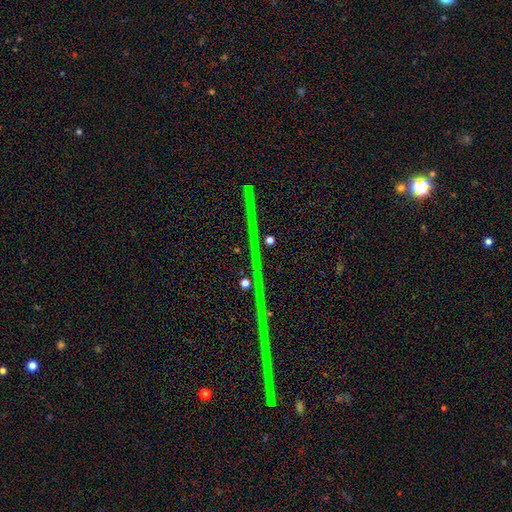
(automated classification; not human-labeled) Smooth or featured?
  - star or artifact: 84% *
  - featured or disk: 10%
  - smooth: 7%